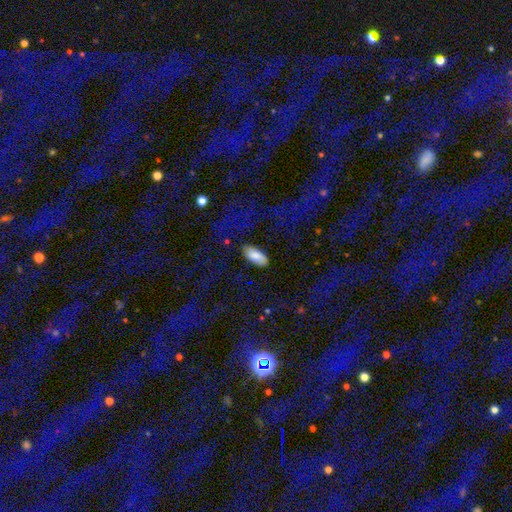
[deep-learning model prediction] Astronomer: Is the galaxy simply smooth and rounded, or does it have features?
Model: smooth — 80%.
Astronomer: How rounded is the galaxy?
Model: in between — 87%.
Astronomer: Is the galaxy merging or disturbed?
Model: none — 78%.